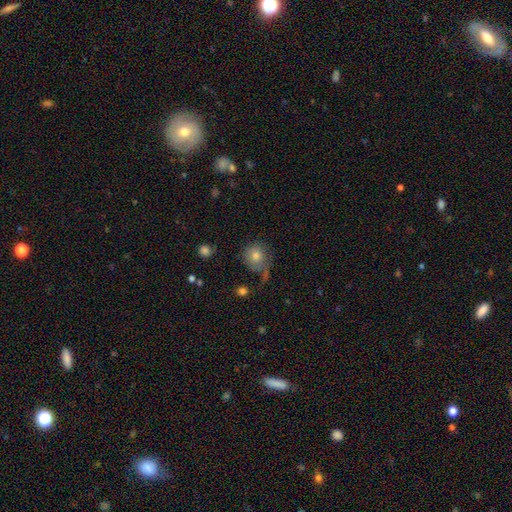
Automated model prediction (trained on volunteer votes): A smooth galaxy with no disk features (72%) that is round (86%).

Vote fractions:
- Smooth or featured? smooth: 72% / featured or disk: 17% / star or artifact: 11%
- How rounded? round: 86% / in between: 13% / cigar-shaped: 1%
- Merging? none: 56% / minor disturbance: 21% / major disturbance: 16% / merger: 7%